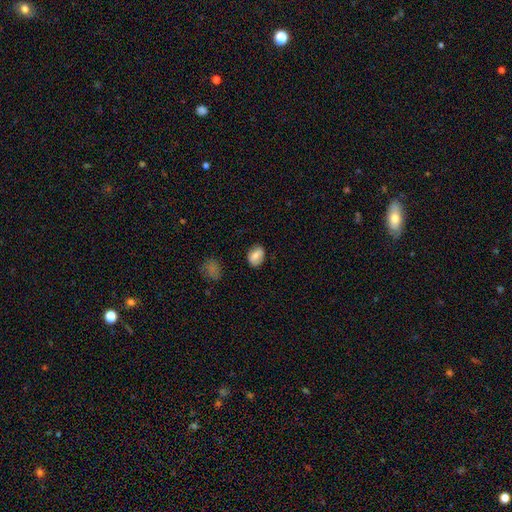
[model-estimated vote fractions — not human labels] smooth-or-featured: smooth: 76% | featured or disk: 16% | star or artifact: 8%
  how-rounded: in between: 73% | round: 25% | cigar-shaped: 1%
  merging: none: 82% | minor disturbance: 14% | major disturbance: 3% | merger: 2%